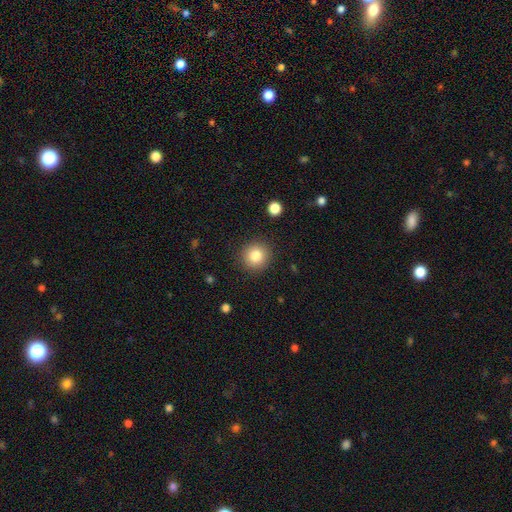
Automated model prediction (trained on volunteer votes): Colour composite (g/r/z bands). It shows a smooth galaxy with no disk features (82%) that is round (92%). Merging: none (90%).